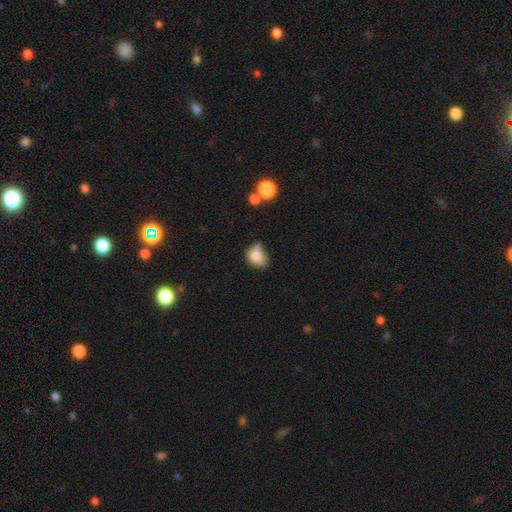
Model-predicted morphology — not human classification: The model was most divided on "merging": minor disturbance: 39%, none: 33%, major disturbance: 16%, merger: 12%. More confident: smooth or featured — smooth (78%); how rounded — in between (53%).